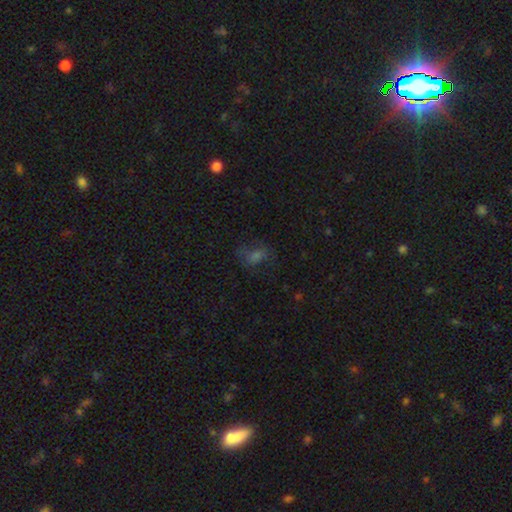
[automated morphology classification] smooth 52%, star or artifact 29%, featured or disk 18%. Down the decision tree: how rounded — in between (69%); merging — none (60%).